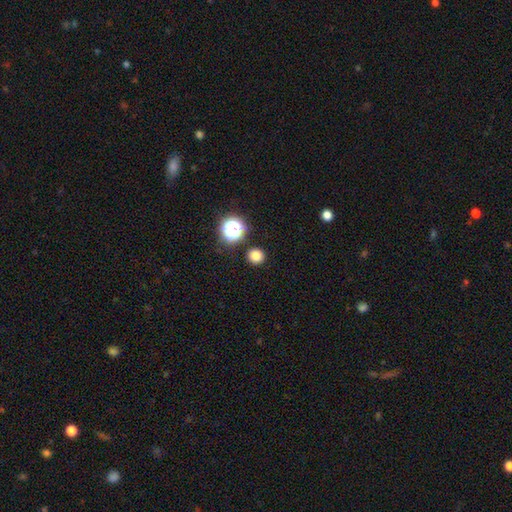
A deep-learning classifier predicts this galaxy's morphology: The model was most divided on "smooth or featured": smooth: 79%, star or artifact: 16%, featured or disk: 4%. More confident: how rounded — round (94%); merging — none (91%).